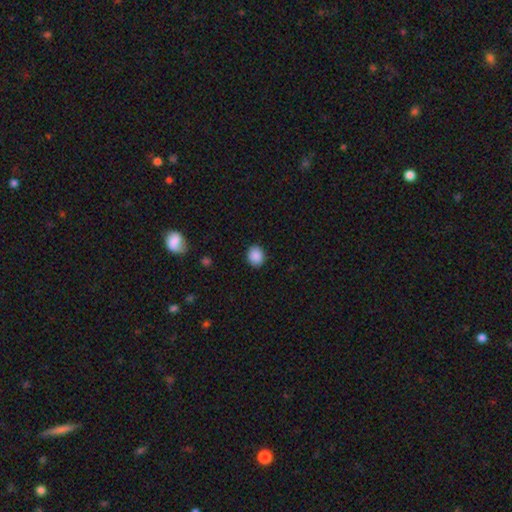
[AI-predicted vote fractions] Smooth or featured? smooth (88%)
How rounded? round (67%)
Merging? none (90%)